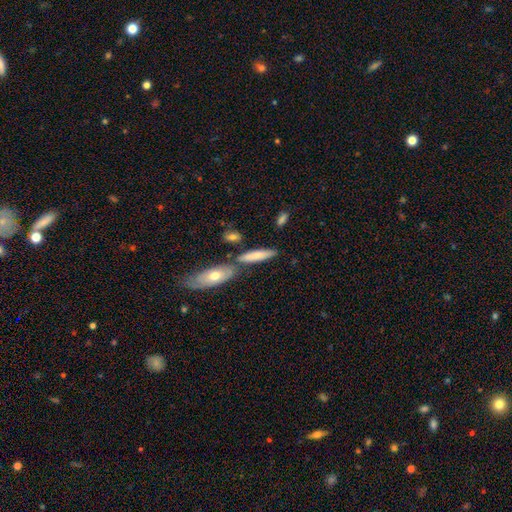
Q: Smooth or featured?
A: smooth (72%); runner-up: featured or disk (21%)
Q: How rounded?
A: cigar-shaped (82%); runner-up: in between (18%)
Q: Merging?
A: none (58%); runner-up: merger (31%)